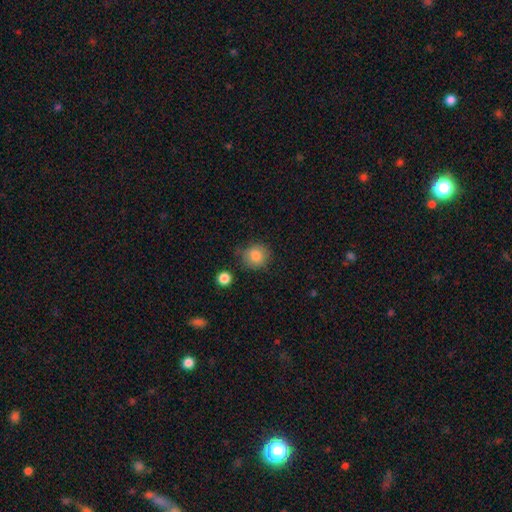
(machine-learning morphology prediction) The model was most divided on "merging": none: 77%, minor disturbance: 15%, major disturbance: 4%, merger: 3%. More confident: how rounded — round (85%); smooth or featured — smooth (85%).